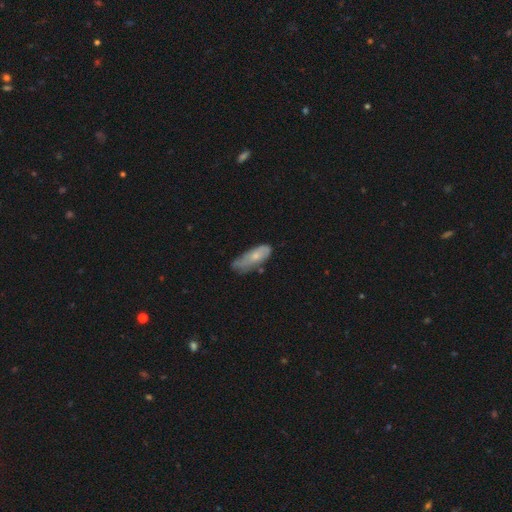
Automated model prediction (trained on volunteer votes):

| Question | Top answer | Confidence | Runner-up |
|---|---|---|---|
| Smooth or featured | smooth | 60% | featured or disk (33%) |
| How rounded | in between | 67% | cigar-shaped (31%) |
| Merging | none | 42% | minor disturbance (40%) |